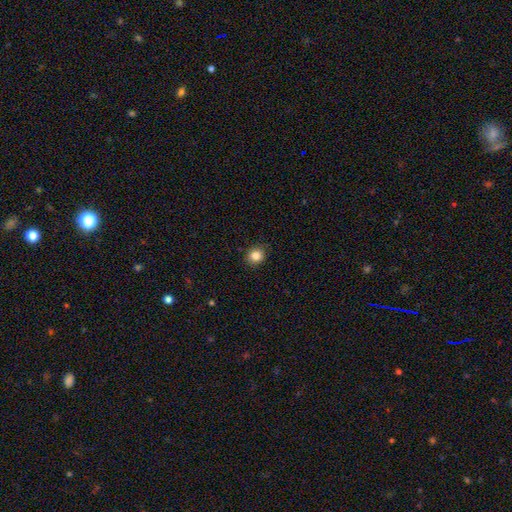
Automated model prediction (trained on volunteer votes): A smooth galaxy with no disk features (84%) that is round (84%).

Vote fractions:
- Smooth or featured? smooth: 84% / star or artifact: 11% / featured or disk: 5%
- How rounded? round: 84% / in between: 15% / cigar-shaped: 1%
- Merging? none: 88% / minor disturbance: 9% / major disturbance: 2% / merger: 1%